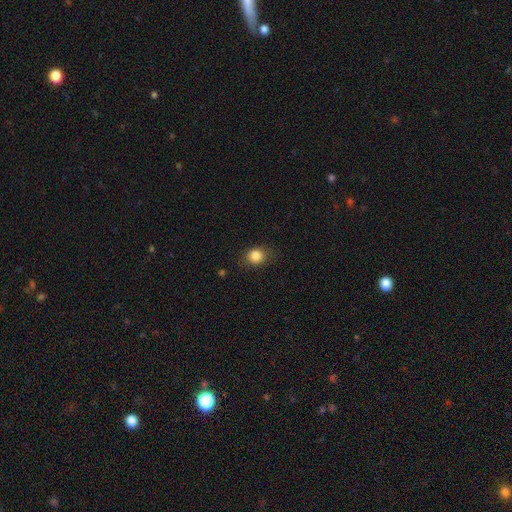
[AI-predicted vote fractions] Smooth or featured? Predicted: smooth (p=0.84). How rounded? Predicted: round (p=0.59). Merging? Predicted: none (p=0.80).